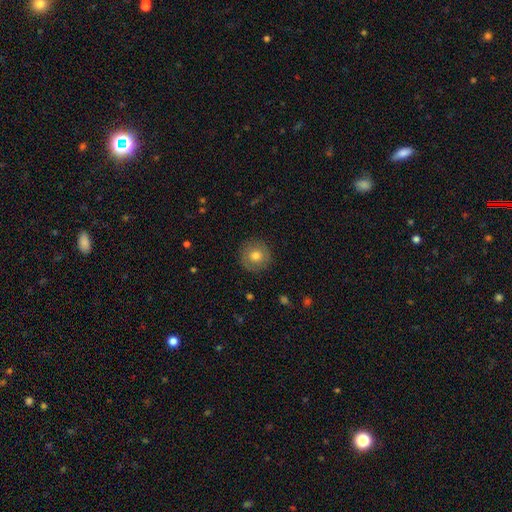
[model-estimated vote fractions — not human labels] This appears to be a smooth galaxy with no disk features (71%) that is round (95%). Merging: none (88%).